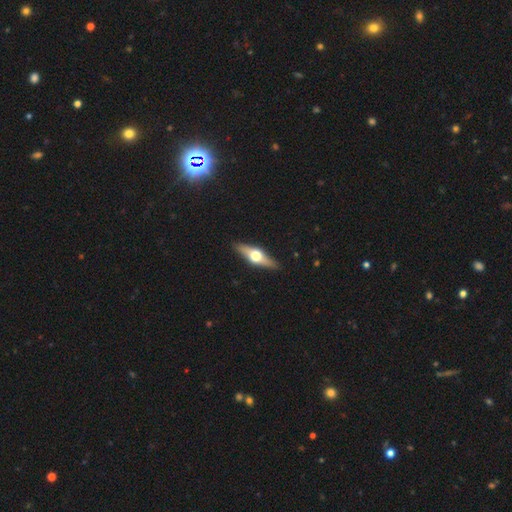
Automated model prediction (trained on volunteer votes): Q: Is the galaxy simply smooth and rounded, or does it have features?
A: featured or disk — 69%.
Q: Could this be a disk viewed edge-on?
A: yes — 95%.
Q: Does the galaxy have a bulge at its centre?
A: rounded — 96%.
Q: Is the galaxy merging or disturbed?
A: none — 90%.